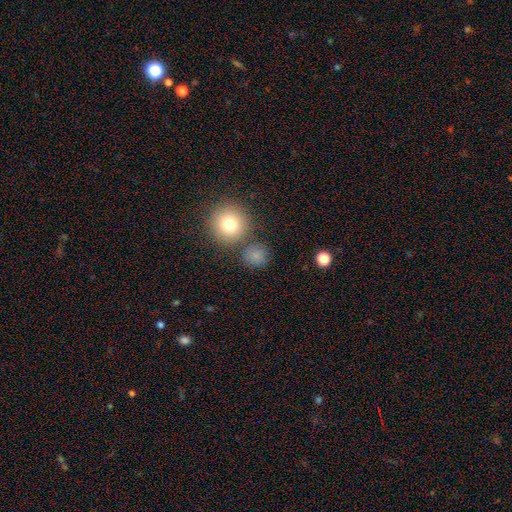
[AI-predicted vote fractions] This is clearly a smooth galaxy (80%). How rounded: clearly round (90%). Merging: likely none (75%).